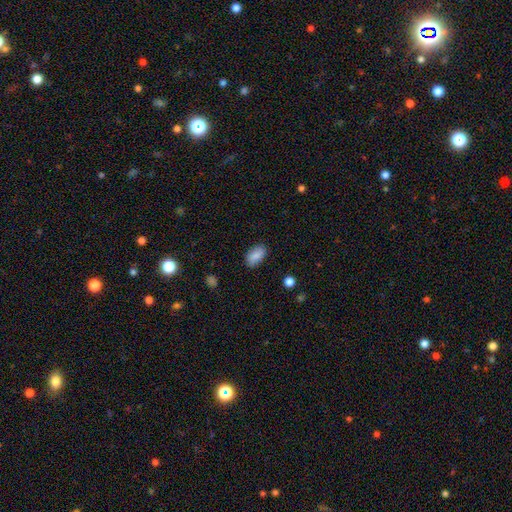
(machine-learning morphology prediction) smooth_or_featured: smooth (p=0.84) [alt: featured or disk p=0.08]
how_rounded: in between (p=0.93) [alt: round p=0.05]
merging: none (p=0.84) [alt: minor disturbance p=0.12]